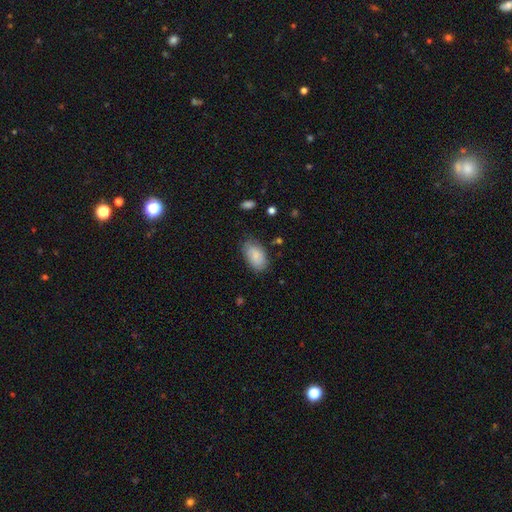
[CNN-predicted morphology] This appears to be a smooth galaxy with no disk features (79%) that is in between round and cigar-shaped (93%). Merging: none (72%).